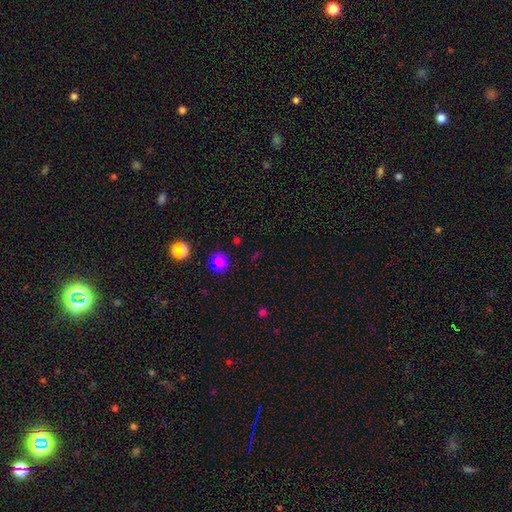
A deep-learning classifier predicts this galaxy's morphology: Smooth or featured? Predicted: smooth (p=0.54). How rounded? Predicted: round (p=0.82). Merging? Predicted: none (p=0.84).